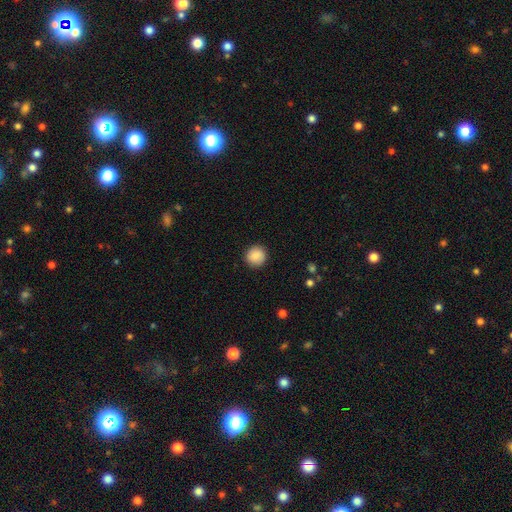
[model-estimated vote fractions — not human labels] Smooth or featured?
  - smooth: 87% *
  - star or artifact: 8%
  - featured or disk: 5%
How rounded?
  - round: 94% *
  - in between: 5%
  - cigar-shaped: 1%
Merging?
  - none: 91% *
  - minor disturbance: 6%
  - major disturbance: 2%
  - merger: 1%